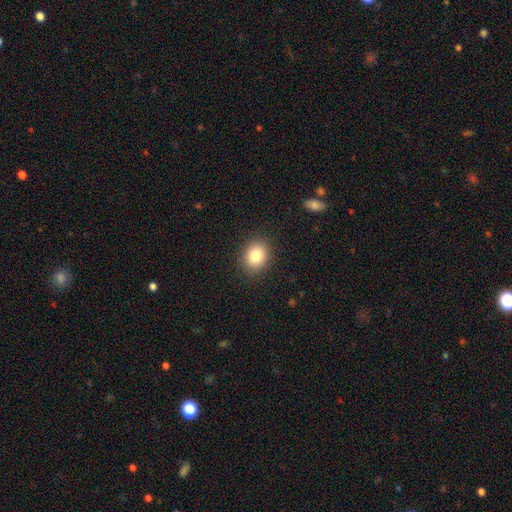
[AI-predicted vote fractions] Smooth or featured? smooth (84%)
How rounded? round (56%)
Merging? none (89%)